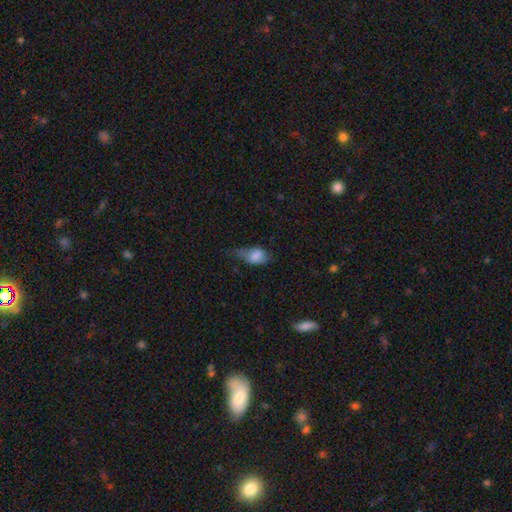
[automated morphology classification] Smooth or featured? smooth (72%)
How rounded? in between (85%)
Merging? minor disturbance (36%)